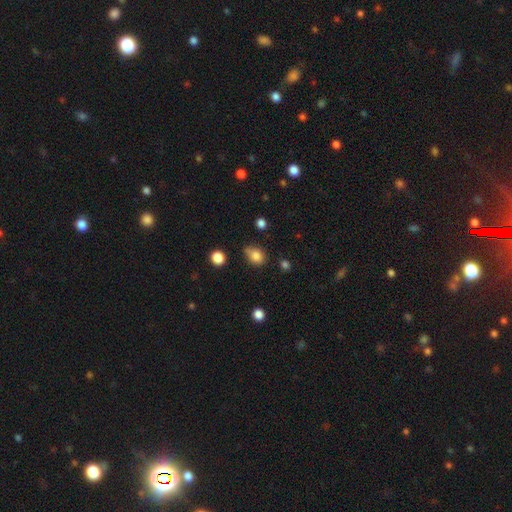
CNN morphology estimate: Smooth or featured? Predicted: smooth (p=0.83). How rounded? Predicted: in between (p=0.56). Merging? Predicted: none (p=0.61).